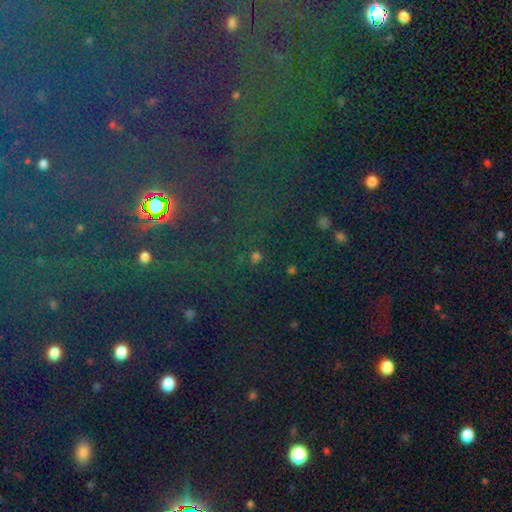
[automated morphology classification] Smooth or featured: star or artifact — 74% (smooth — 18%)